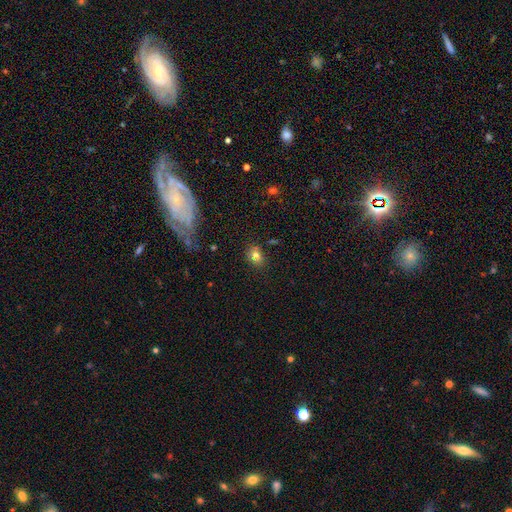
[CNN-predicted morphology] Smooth or featured: smooth — 75% (star or artifact — 15%)
How rounded: round — 59% (in between — 40%)
Merging: none — 77% (minor disturbance — 14%)